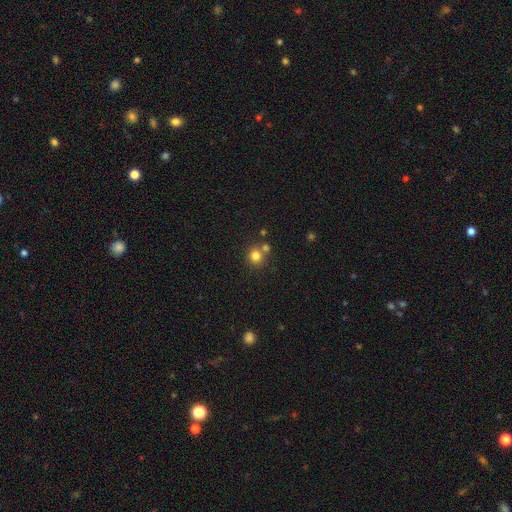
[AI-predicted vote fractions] Smooth or featured?
  - smooth: 80% *
  - star or artifact: 13%
  - featured or disk: 7%
How rounded?
  - round: 89% *
  - in between: 10%
  - cigar-shaped: 1%
Merging?
  - none: 65% *
  - merger: 24%
  - minor disturbance: 8%
  - major disturbance: 3%